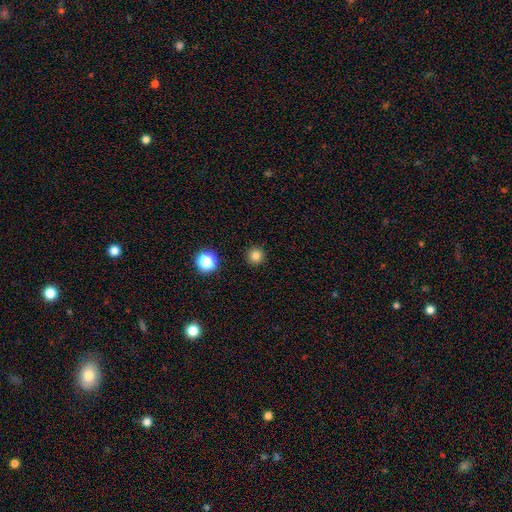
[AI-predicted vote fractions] Smooth or featured? Predicted: smooth (p=0.81). How rounded? Predicted: round (p=0.96). Merging? Predicted: none (p=0.93).